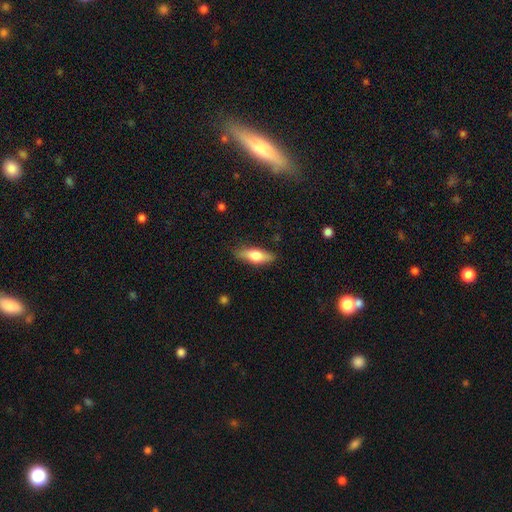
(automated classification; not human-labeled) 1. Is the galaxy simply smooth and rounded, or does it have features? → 56% smooth, 37% featured or disk, 6% star or artifact.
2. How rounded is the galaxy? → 55% in between, 41% cigar-shaped, 3% round.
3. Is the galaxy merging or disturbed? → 84% none, 12% minor disturbance, 3% major disturbance, 1% merger.